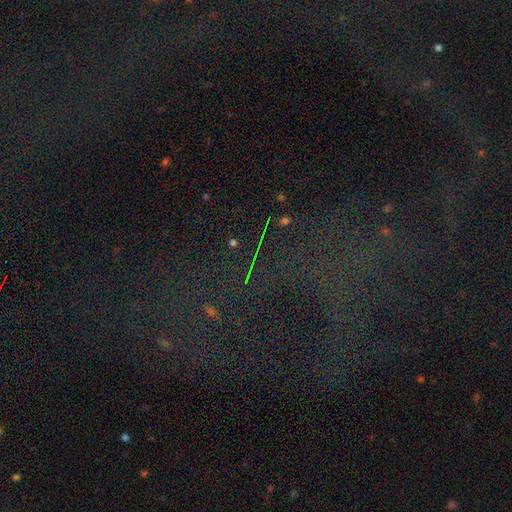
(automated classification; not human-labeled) Q: Smooth or featured?
A: star or artifact (78%); runner-up: featured or disk (11%)